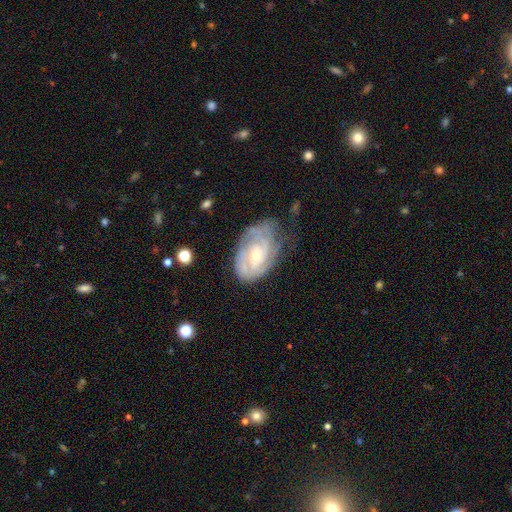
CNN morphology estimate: featured or disk 82%, smooth 13%, star or artifact 6%. Down the decision tree: edge-on disk — no (96%); bar — no (68%); spiral arms — yes (93%); spiral arm count — can't tell (35%); spiral winding — tight (69%); bulge size — small (61%); merging — none (56%).